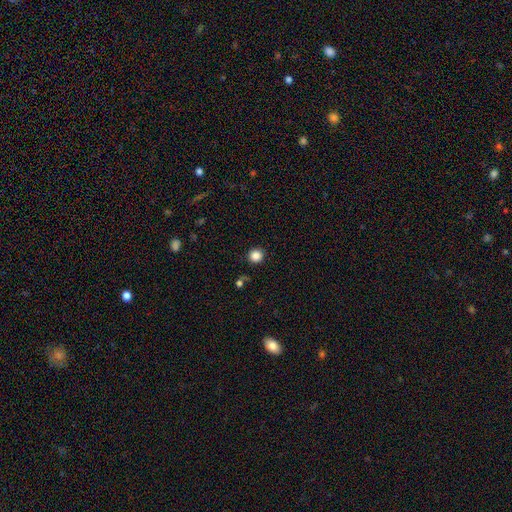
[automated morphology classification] type=smooth (85%); roundness=round (95%); merging=none (90%).